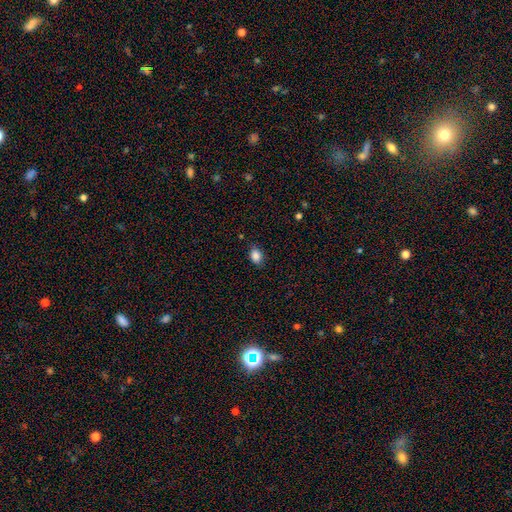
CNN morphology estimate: Q: Smooth or featured?
A: smooth (86%); runner-up: star or artifact (9%)
Q: How rounded?
A: in between (73%); runner-up: round (26%)
Q: Merging?
A: none (82%); runner-up: minor disturbance (14%)